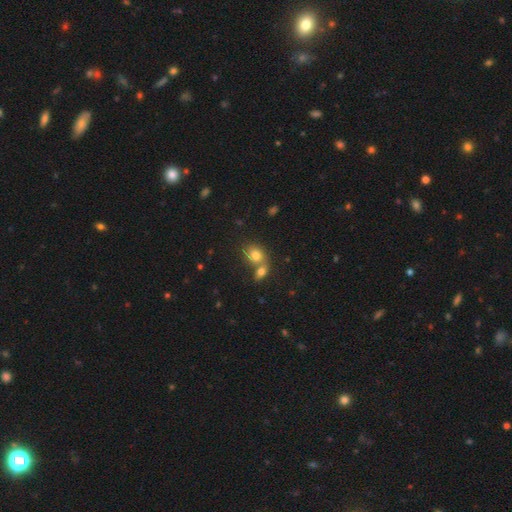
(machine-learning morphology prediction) Overall: smooth (78%). How rounded: round (51%; in between 48%). Merging: merger (52%; none 36%).